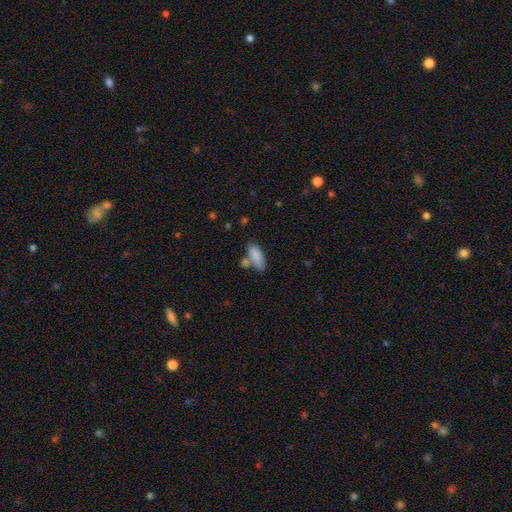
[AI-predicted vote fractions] The model was most divided on "merging": none: 59%, merger: 19%, minor disturbance: 17%, major disturbance: 5%. More confident: smooth or featured — smooth (85%); how rounded — in between (80%).